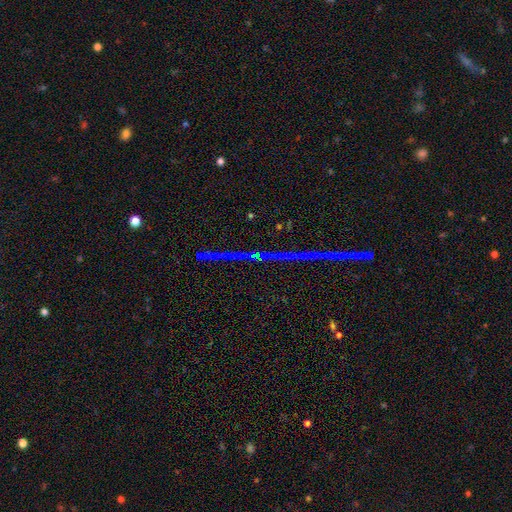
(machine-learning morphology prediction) A star or artifact, not a galaxy (81%).